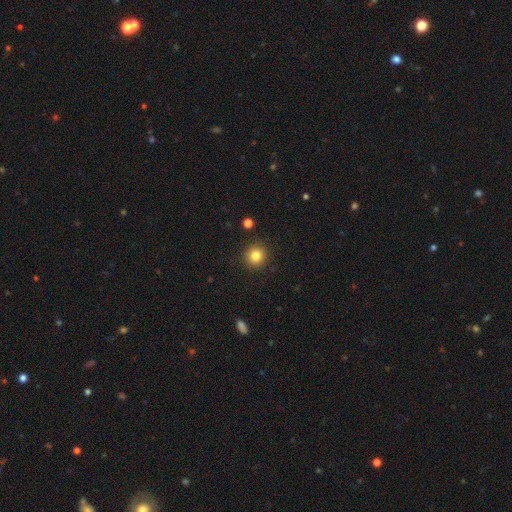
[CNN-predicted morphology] Smooth or featured?
  - smooth: 83% *
  - star or artifact: 11%
  - featured or disk: 6%
How rounded?
  - round: 90% *
  - in between: 9%
  - cigar-shaped: 1%
Merging?
  - none: 90% *
  - minor disturbance: 6%
  - major disturbance: 2%
  - merger: 1%